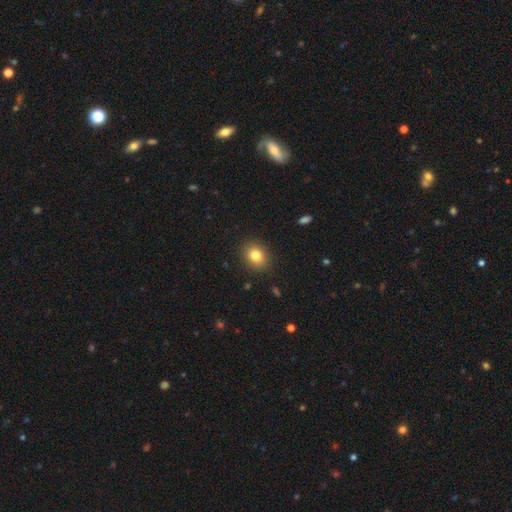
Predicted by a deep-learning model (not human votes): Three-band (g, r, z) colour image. It shows a smooth galaxy with no disk features (81%) that is round (55%). Merging: none (89%).